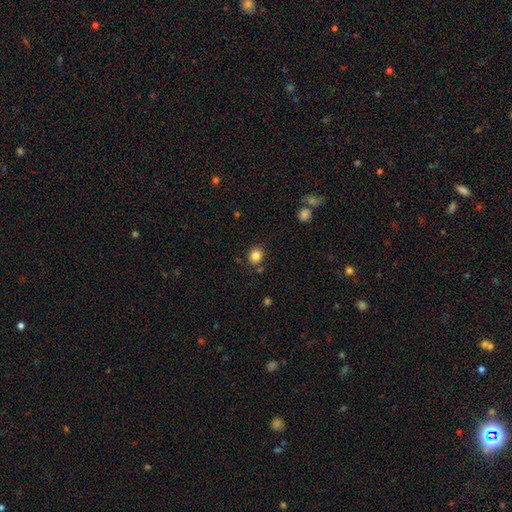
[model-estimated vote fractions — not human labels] Smooth or featured? Predicted: smooth (p=0.84). How rounded? Predicted: round (p=0.70). Merging? Predicted: none (p=0.82).